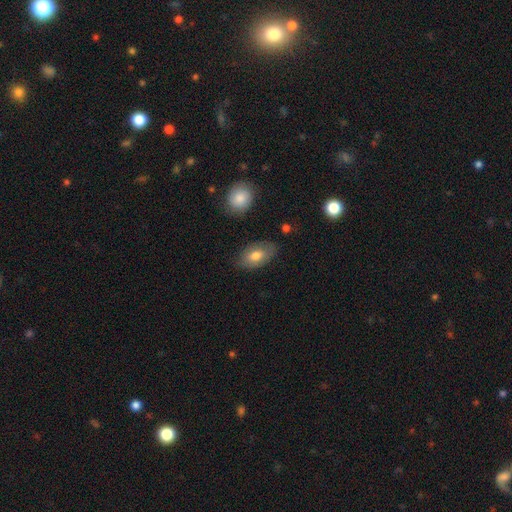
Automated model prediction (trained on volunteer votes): A smooth galaxy with no disk features (72%) that is in between round and cigar-shaped (93%). Merging: none (76%).